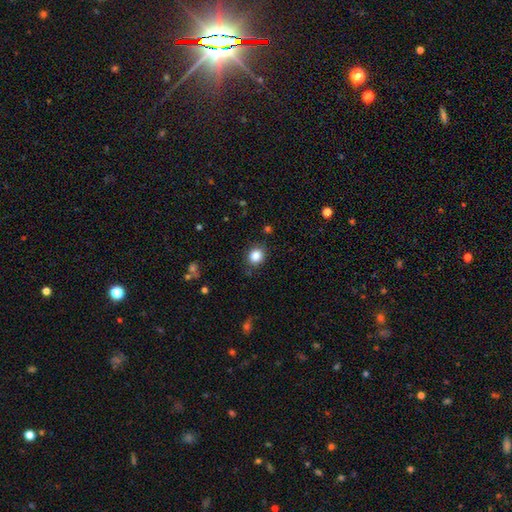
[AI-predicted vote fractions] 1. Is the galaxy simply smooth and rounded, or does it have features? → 86% smooth, 10% star or artifact, 4% featured or disk.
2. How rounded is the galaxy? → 73% round, 26% in between, 1% cigar-shaped.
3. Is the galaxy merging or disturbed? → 83% none, 12% minor disturbance, 3% major disturbance, 2% merger.